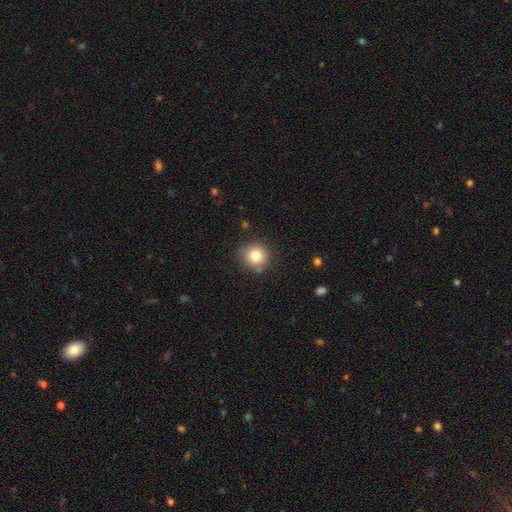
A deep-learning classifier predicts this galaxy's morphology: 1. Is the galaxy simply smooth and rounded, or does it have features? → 81% smooth, 11% star or artifact, 8% featured or disk.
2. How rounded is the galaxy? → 89% round, 10% in between, 1% cigar-shaped.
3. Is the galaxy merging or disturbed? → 82% none, 11% minor disturbance, 3% merger, 3% major disturbance.